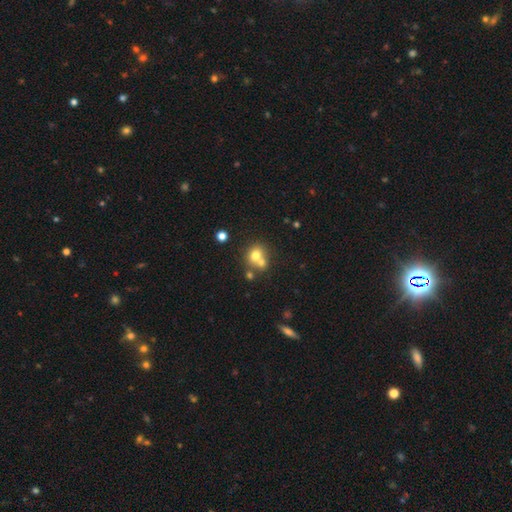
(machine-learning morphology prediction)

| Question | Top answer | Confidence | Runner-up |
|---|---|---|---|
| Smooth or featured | smooth | 70% | featured or disk (16%) |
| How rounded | round | 74% | in between (25%) |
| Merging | merger | 46% | none (42%) |